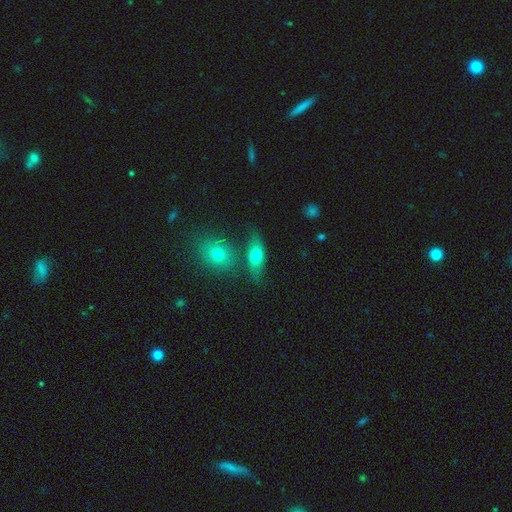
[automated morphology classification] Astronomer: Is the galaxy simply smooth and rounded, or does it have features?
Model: smooth — 67%.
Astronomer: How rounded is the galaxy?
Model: in between — 75%.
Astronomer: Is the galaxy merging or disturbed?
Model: none — 63%.